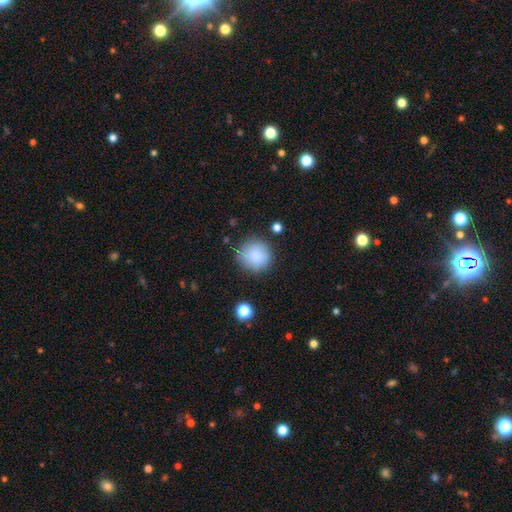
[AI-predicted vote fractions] Smooth or featured?
  - smooth: 85% *
  - star or artifact: 8%
  - featured or disk: 6%
How rounded?
  - round: 92% *
  - in between: 7%
  - cigar-shaped: 1%
Merging?
  - none: 80% *
  - minor disturbance: 13%
  - major disturbance: 4%
  - merger: 3%